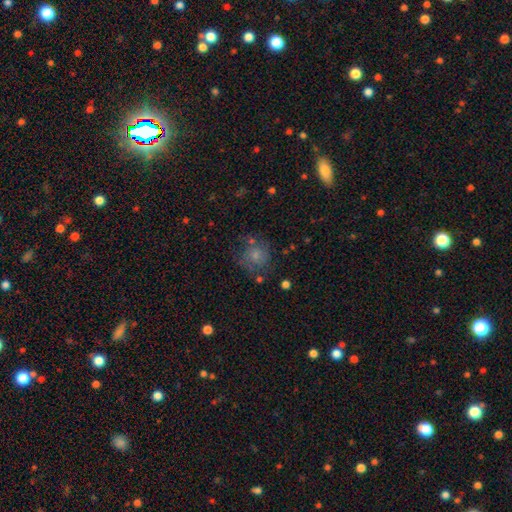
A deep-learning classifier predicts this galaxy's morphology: Smooth or featured: smooth — 68% (featured or disk — 19%)
How rounded: round — 84% (in between — 15%)
Merging: none — 59% (minor disturbance — 20%)